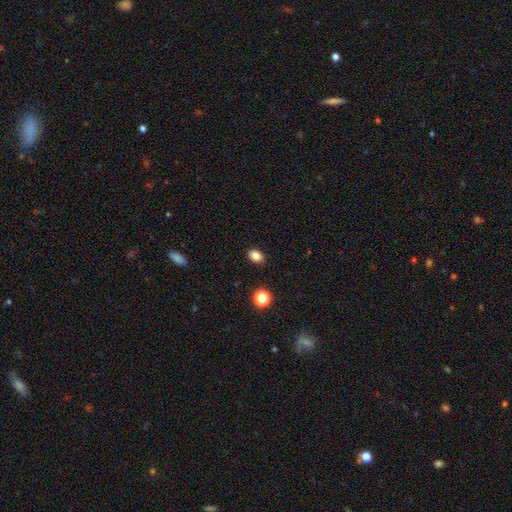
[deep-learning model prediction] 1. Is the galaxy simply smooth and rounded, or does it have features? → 84% smooth, 11% star or artifact, 5% featured or disk.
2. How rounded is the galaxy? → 76% in between, 23% round, 1% cigar-shaped.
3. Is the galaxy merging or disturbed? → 88% none, 9% minor disturbance, 2% major disturbance, 1% merger.